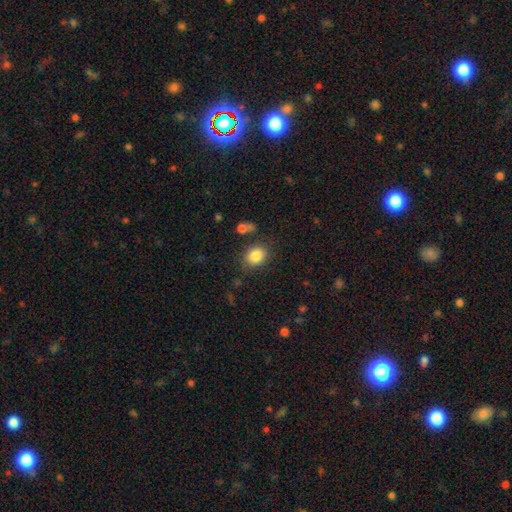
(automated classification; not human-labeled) A smooth galaxy with no disk features (85%) that is in between round and cigar-shaped (53%). Merging: none (76%).